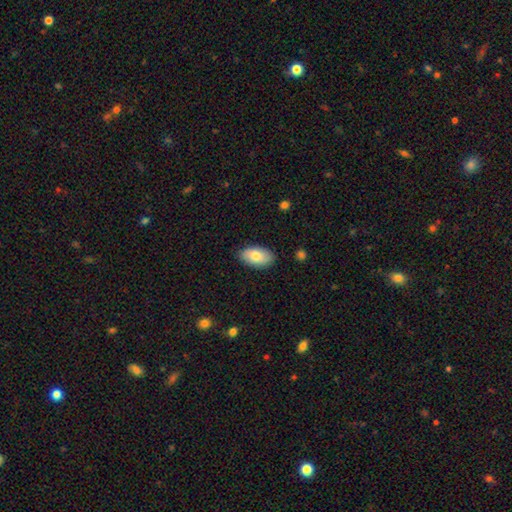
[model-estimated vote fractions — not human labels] This is likely a smooth galaxy (79%). How rounded: clearly in between (95%). Merging: clearly none (86%).